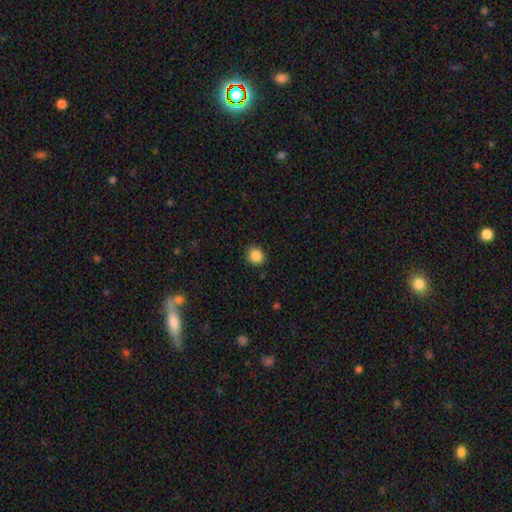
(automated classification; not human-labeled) smooth-or-featured: smooth: 87% | star or artifact: 10% | featured or disk: 3%
  how-rounded: round: 85% | in between: 14% | cigar-shaped: 1%
  merging: none: 89% | minor disturbance: 8% | major disturbance: 2% | merger: 1%